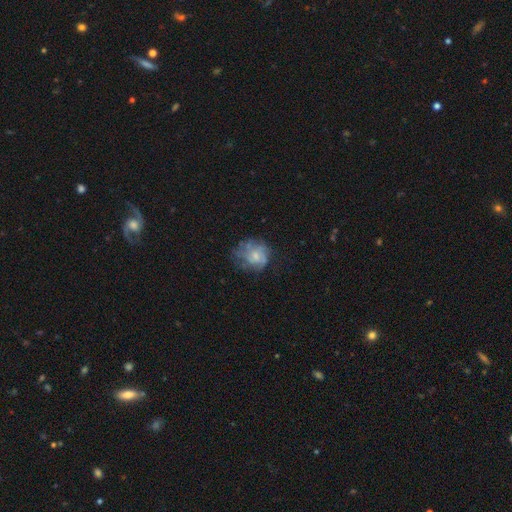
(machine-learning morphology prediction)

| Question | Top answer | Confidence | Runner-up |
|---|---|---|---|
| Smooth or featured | featured or disk | 53% | smooth (38%) |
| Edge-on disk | no | 98% | yes (2%) |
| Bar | no | 76% | weak (22%) |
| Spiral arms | yes | 57% | no (43%) |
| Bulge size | small | 46% | moderate (36%) |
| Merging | none | 52% | minor disturbance (25%) |